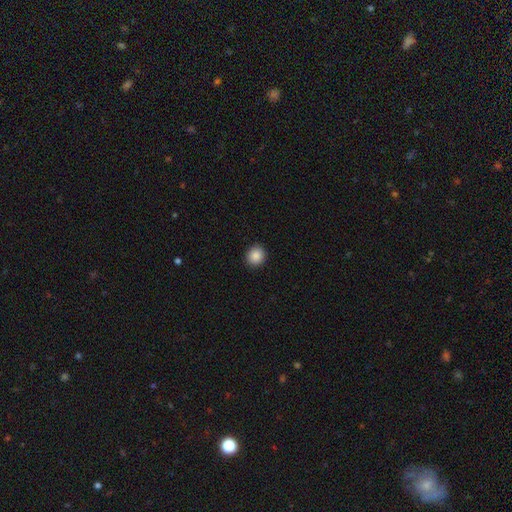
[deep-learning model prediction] A smooth galaxy with no disk features (88%) that is round (84%).

Vote fractions:
- Smooth or featured? smooth: 88% / star or artifact: 9% / featured or disk: 3%
- How rounded? round: 84% / in between: 15% / cigar-shaped: 1%
- Merging? none: 92% / minor disturbance: 5% / major disturbance: 2% / merger: 1%